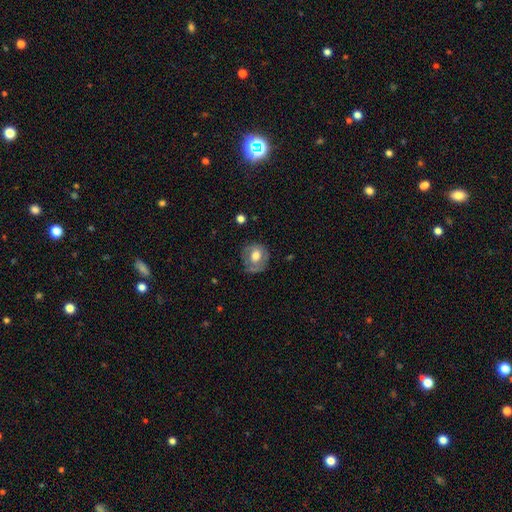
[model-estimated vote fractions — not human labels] Smooth or featured: smooth — 53% (featured or disk — 39%)
How rounded: round — 80% (in between — 19%)
Merging: none — 67% (minor disturbance — 22%)